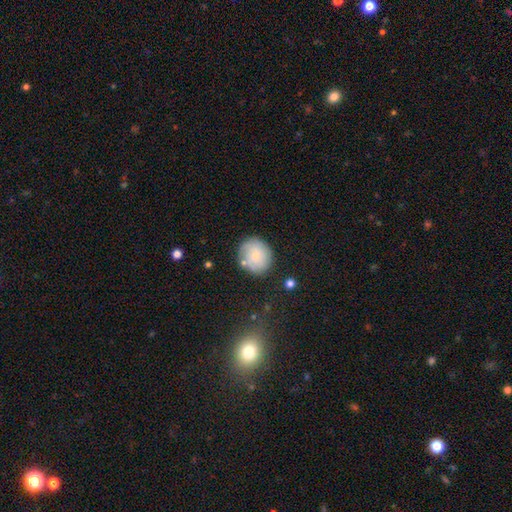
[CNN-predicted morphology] This appears to be a smooth galaxy with no disk features (73%) that is round (79%). Merging: none (76%).